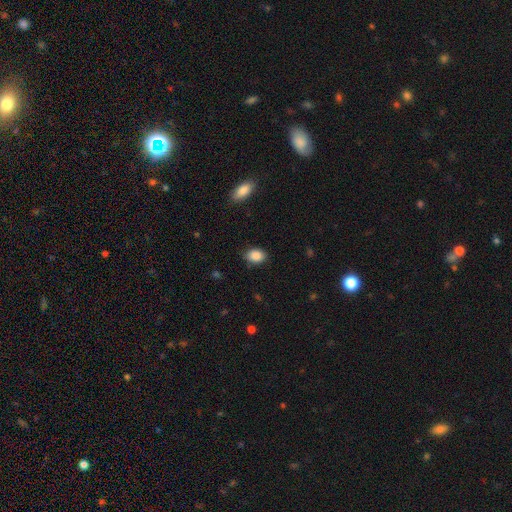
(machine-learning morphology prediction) The model was most divided on "how rounded": in between: 78%, round: 21%, cigar-shaped: 1%. More confident: smooth or featured — smooth (88%); merging — none (83%).